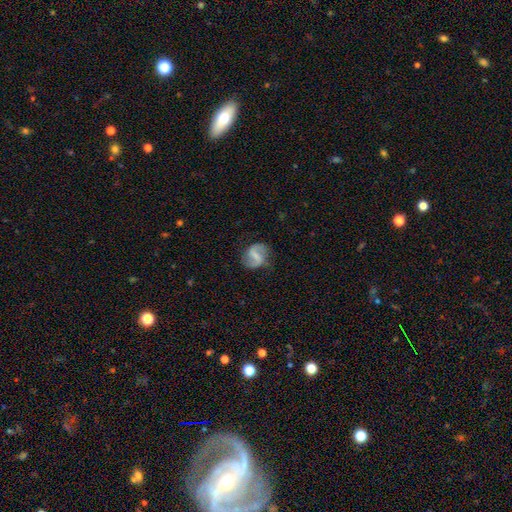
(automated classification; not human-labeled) This is likely a featured or disk galaxy (77%). It is clearly not viewed edge-on (98%). Bar: possibly strong (45%). Spiral arm pattern: clearly yes (93%). Spiral arm count: clearly 2 (91%). Spiral winding: possibly loose (47%). Central bulge: possibly none (46%). Merging: likely none (78%).